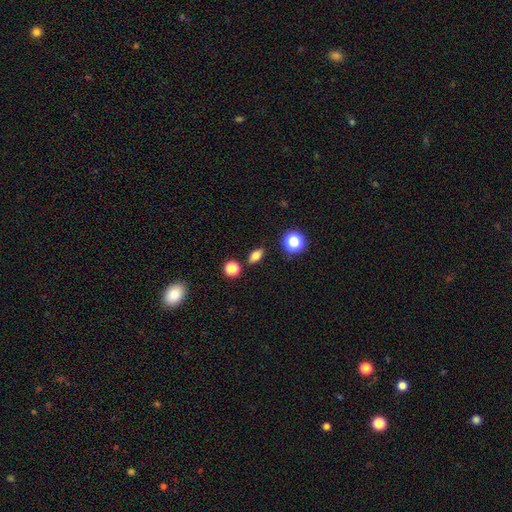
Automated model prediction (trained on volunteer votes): Smooth or featured? smooth (77%)
How rounded? in between (74%)
Merging? none (85%)